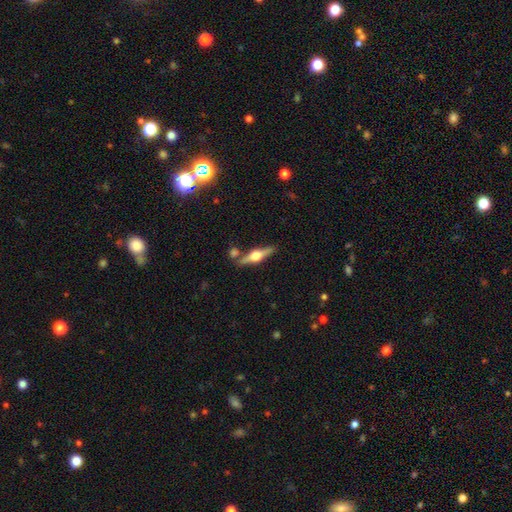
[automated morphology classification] Smooth or featured? featured or disk (74%)
Edge-on disk? yes (97%)
Edge-on bulge? rounded (95%)
Merging? none (79%)